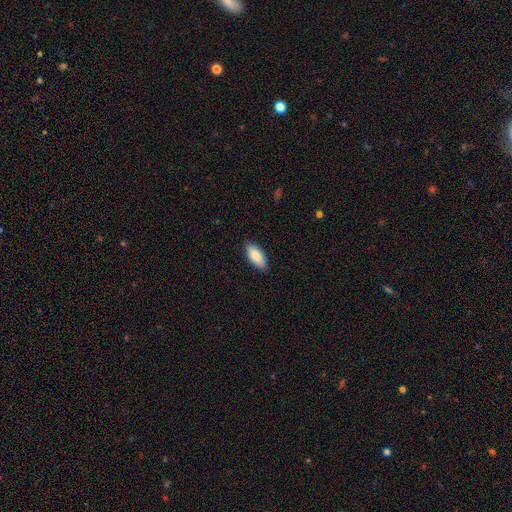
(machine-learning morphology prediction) Smooth or featured? smooth (87%)
How rounded? in between (85%)
Merging? none (88%)